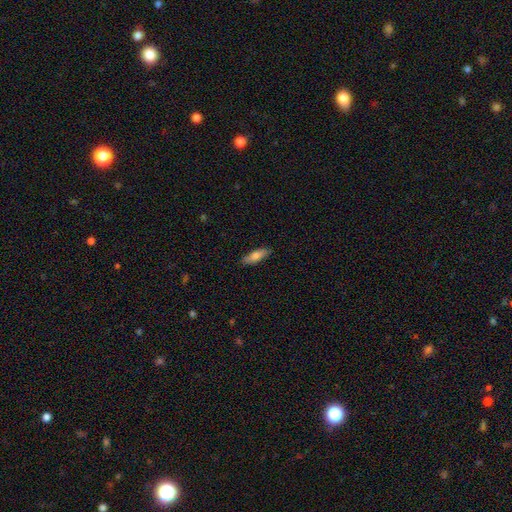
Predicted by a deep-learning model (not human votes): Smooth or featured: smooth — 74% (featured or disk — 20%)
How rounded: in between — 52% (cigar-shaped — 46%)
Merging: none — 86% (minor disturbance — 11%)